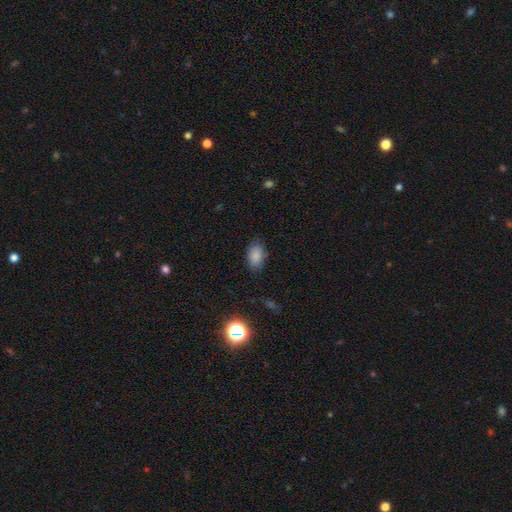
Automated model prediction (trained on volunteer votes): Smooth or featured? Predicted: smooth (p=0.84). How rounded? Predicted: in between (p=0.87). Merging? Predicted: none (p=0.82).